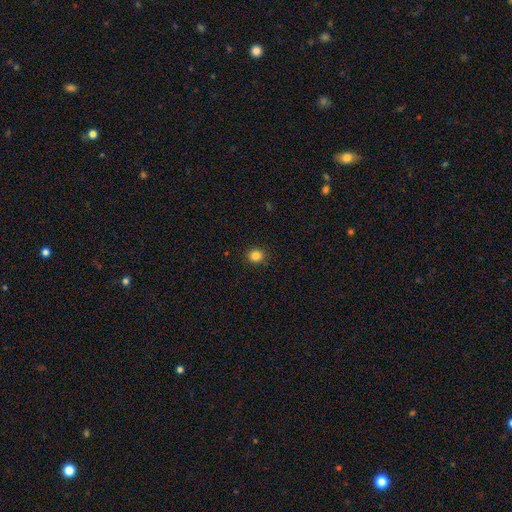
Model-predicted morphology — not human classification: Overall: smooth (84%). How rounded: round (87%). Merging: none (91%).